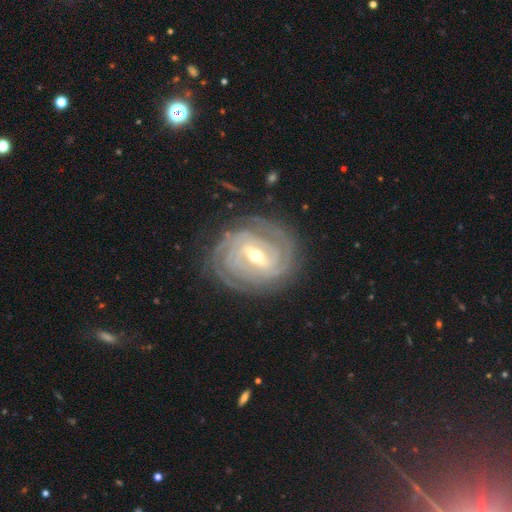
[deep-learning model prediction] Smooth or featured: featured or disk — 91% (star or artifact — 5%)
Edge-on disk: no — 96% (yes — 4%)
Bar: strong — 56% (weak — 35%)
Spiral arms: yes — 97% (no — 3%)
Spiral winding: tight — 84% (medium — 14%)
Spiral arm count: 4 — 25% (can't tell — 23%)
Bulge size: moderate — 55% (small — 41%)
Merging: none — 82% (minor disturbance — 13%)